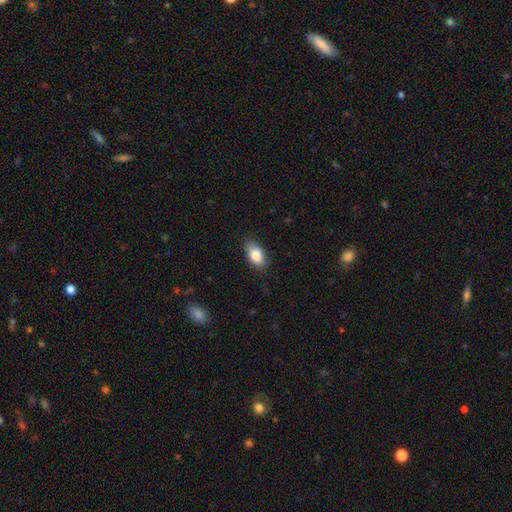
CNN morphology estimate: smooth 84%, featured or disk 8%, star or artifact 7%. Down the decision tree: how rounded — in between (90%); merging — none (82%).